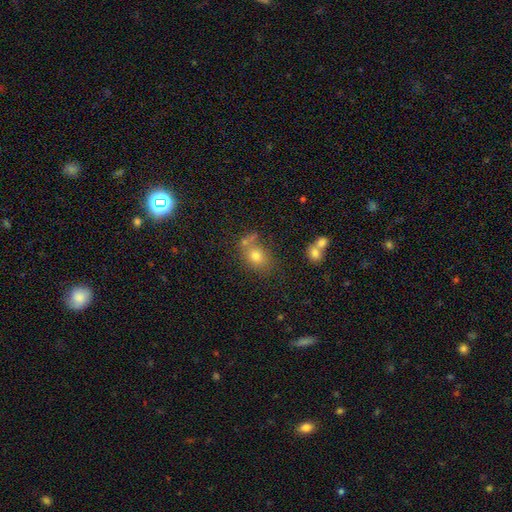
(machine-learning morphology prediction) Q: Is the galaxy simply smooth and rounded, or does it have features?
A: smooth — 74%.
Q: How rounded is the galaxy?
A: in between — 50%.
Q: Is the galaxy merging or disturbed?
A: none — 59%.